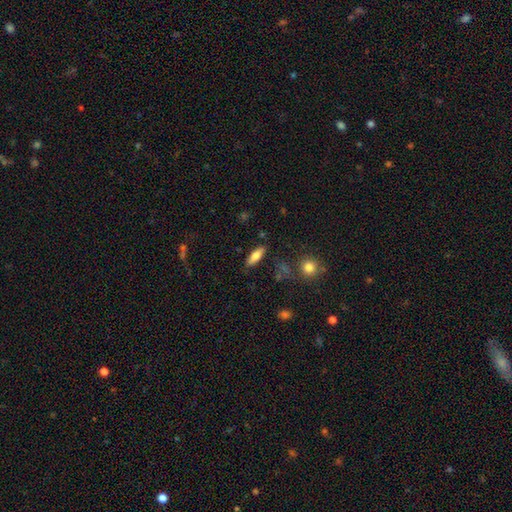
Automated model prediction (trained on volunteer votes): Overall: smooth (72%). How rounded: in between (60%; cigar-shaped 37%). Merging: none (83%).